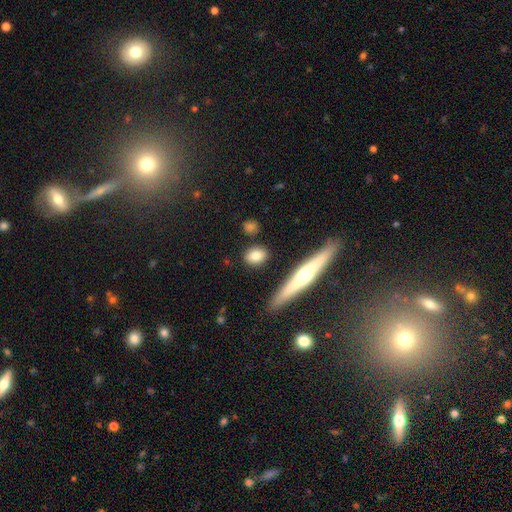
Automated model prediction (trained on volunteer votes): smooth 80%, featured or disk 13%, star or artifact 7%. Down the decision tree: how rounded — in between (56%); merging — none (85%).